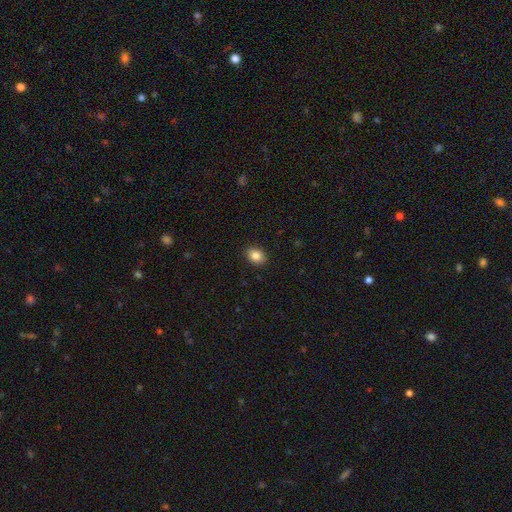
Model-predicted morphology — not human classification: type=smooth (86%); roundness=in between (71%); merging=none (90%).